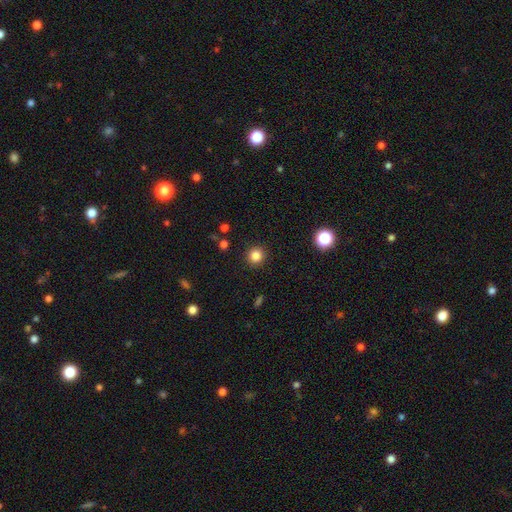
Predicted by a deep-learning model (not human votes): smooth_or_featured: smooth (p=0.83) [alt: star or artifact p=0.12]
how_rounded: round (p=0.93) [alt: in between p=0.06]
merging: none (p=0.92) [alt: minor disturbance p=0.05]